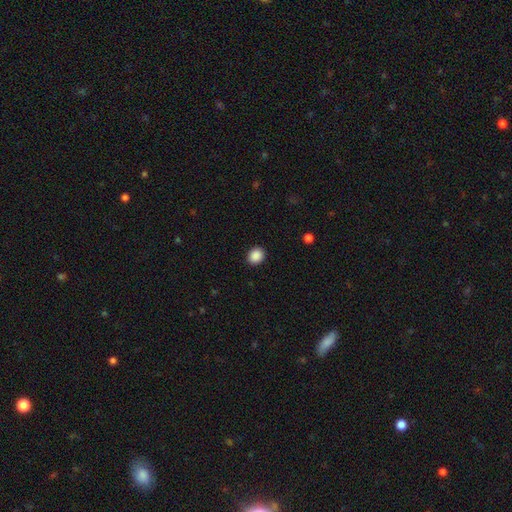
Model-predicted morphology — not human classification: This is clearly a smooth galaxy (89%). How rounded: likely round (61%). Merging: clearly none (91%).